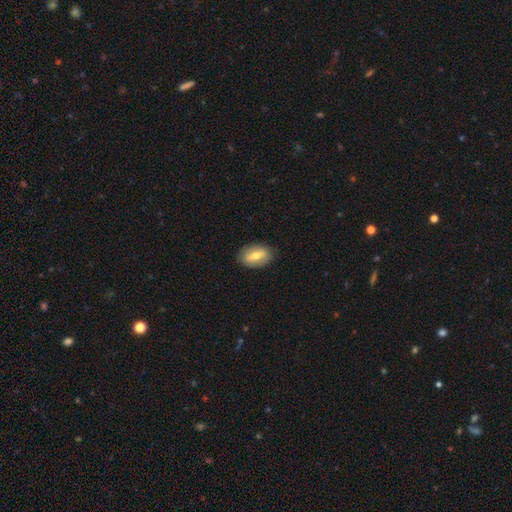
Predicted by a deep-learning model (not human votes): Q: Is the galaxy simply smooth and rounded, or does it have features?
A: smooth — 59%.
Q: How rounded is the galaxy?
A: in between — 87%.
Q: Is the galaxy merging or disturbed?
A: none — 85%.